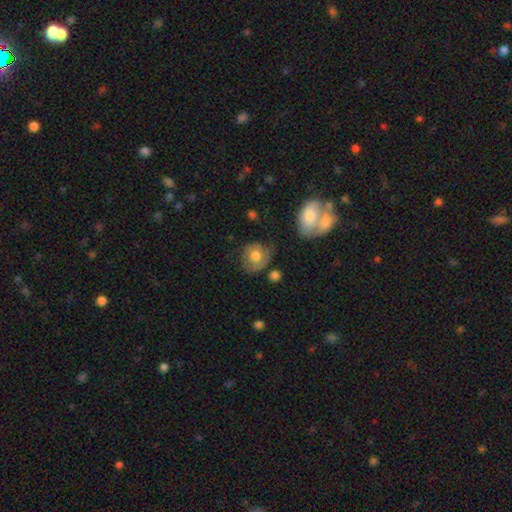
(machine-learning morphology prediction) This appears to be a smooth galaxy with no disk features (61%) that is round (70%). Merging: none (56%).